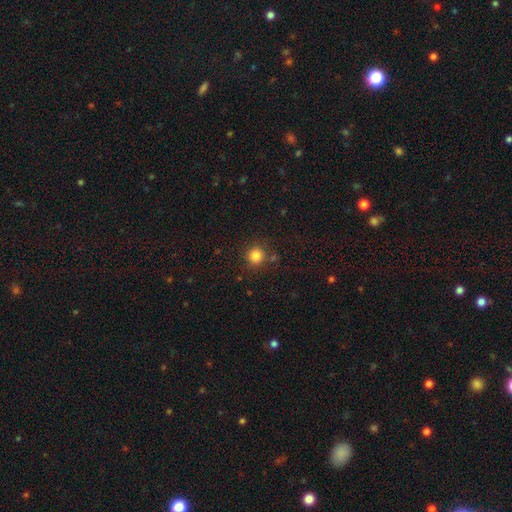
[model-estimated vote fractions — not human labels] Smooth or featured: smooth — 82% (star or artifact — 13%)
How rounded: round — 93% (in between — 6%)
Merging: none — 85% (minor disturbance — 8%)